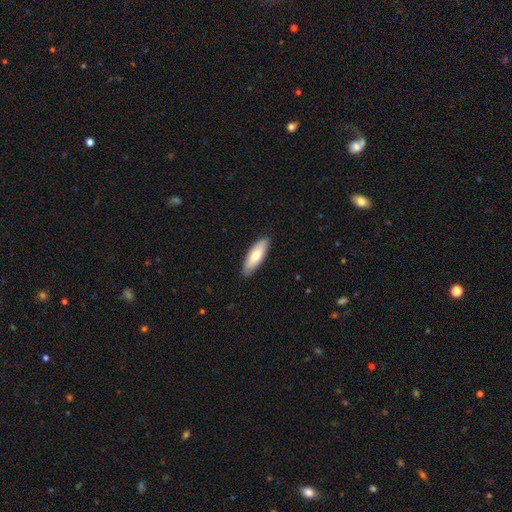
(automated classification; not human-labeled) smooth-or-featured: smooth: 70% | featured or disk: 25% | star or artifact: 5%
  how-rounded: in between: 61% | cigar-shaped: 37% | round: 2%
  merging: none: 88% | minor disturbance: 9% | major disturbance: 2% | merger: 1%